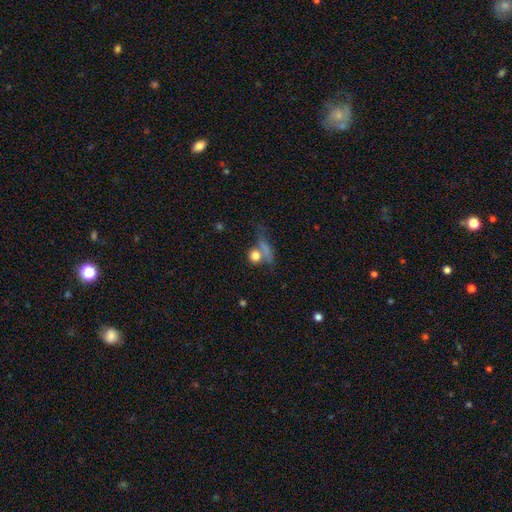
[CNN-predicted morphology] Smooth or featured: smooth — 75% (featured or disk — 13%)
How rounded: round — 76% (in between — 19%)
Merging: none — 47% (merger — 30%)